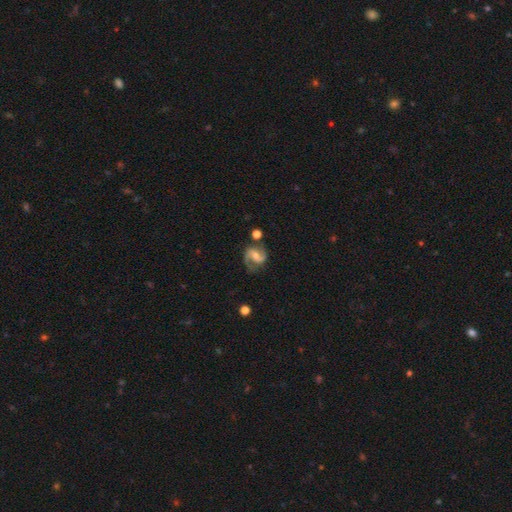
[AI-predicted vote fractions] This appears to be a featured or disk galaxy (88%) with a weak bar (48%), 2 (92%) medium (56%) spiral arms (97%) and a moderate central bulge (48%). Merging: none (74%).